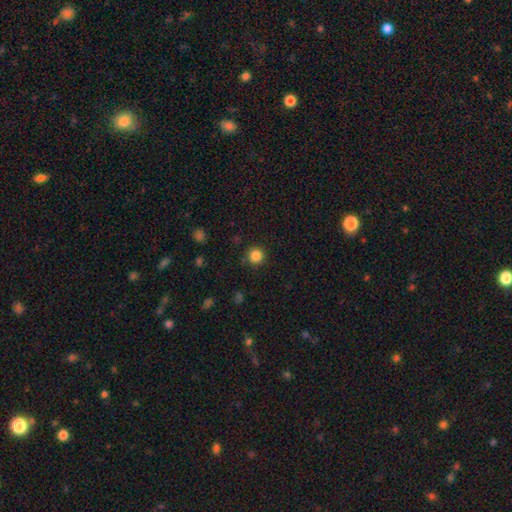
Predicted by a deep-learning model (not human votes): Smooth or featured? Predicted: smooth (p=0.85). How rounded? Predicted: round (p=0.95). Merging? Predicted: none (p=0.90).